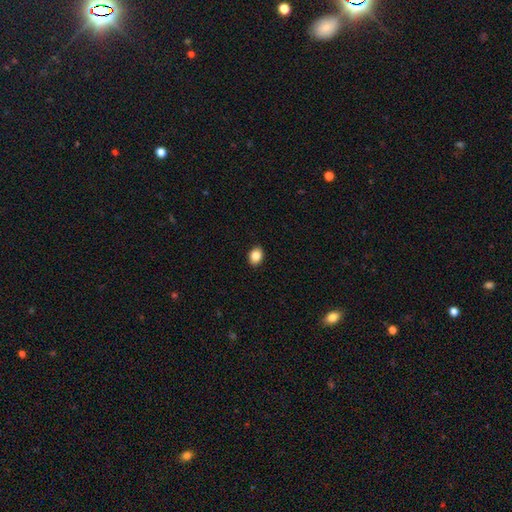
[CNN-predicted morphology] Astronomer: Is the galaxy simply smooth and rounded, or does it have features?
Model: smooth — 86%.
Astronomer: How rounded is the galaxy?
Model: in between — 68%.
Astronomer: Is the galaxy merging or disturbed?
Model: none — 90%.